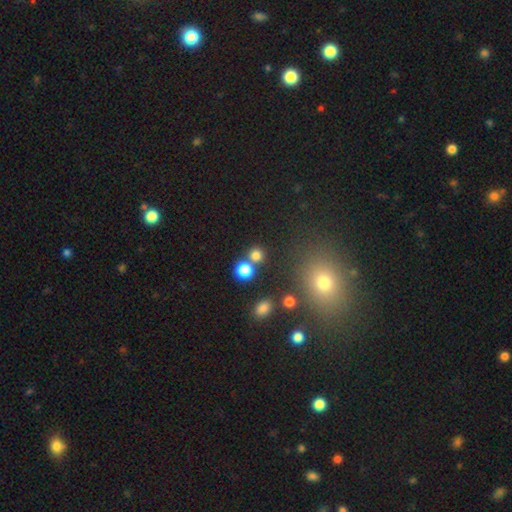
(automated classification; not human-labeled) Smooth or featured? smooth (76%)
How rounded? round (89%)
Merging? none (66%)